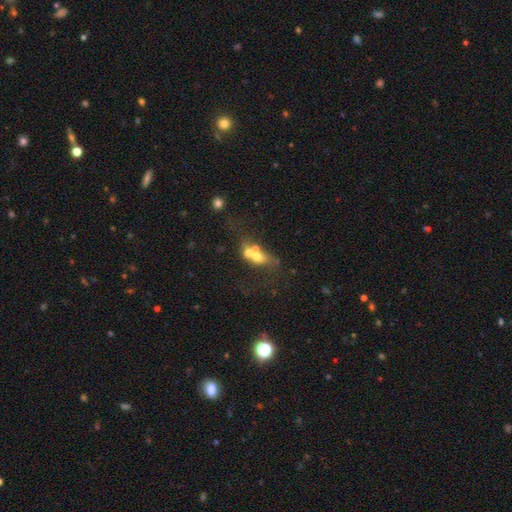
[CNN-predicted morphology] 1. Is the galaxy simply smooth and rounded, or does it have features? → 50% smooth, 35% featured or disk, 15% star or artifact.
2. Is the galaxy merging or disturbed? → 59% merger, 21% none, 11% major disturbance, 9% minor disturbance.